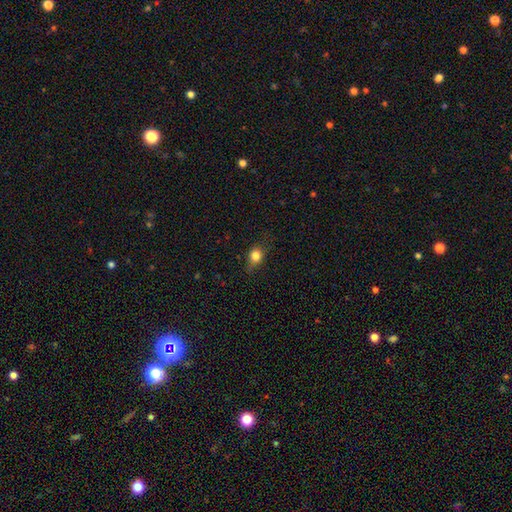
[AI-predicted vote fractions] This is likely a smooth galaxy (77%). How rounded: possibly round (59%). Merging: likely none (71%).